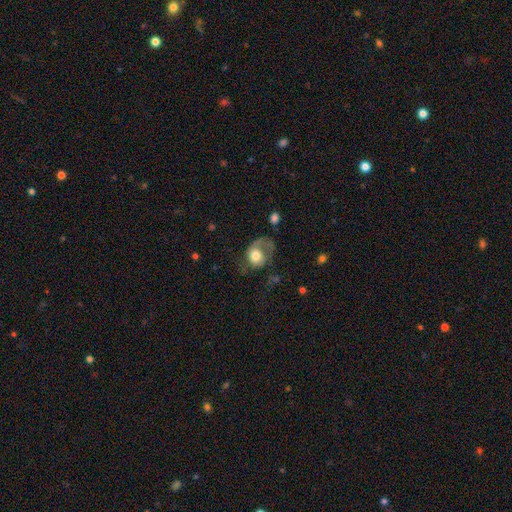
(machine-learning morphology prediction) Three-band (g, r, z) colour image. It shows a smooth galaxy with no disk features (55%) that is round (55%). Merging: major disturbance (49%).